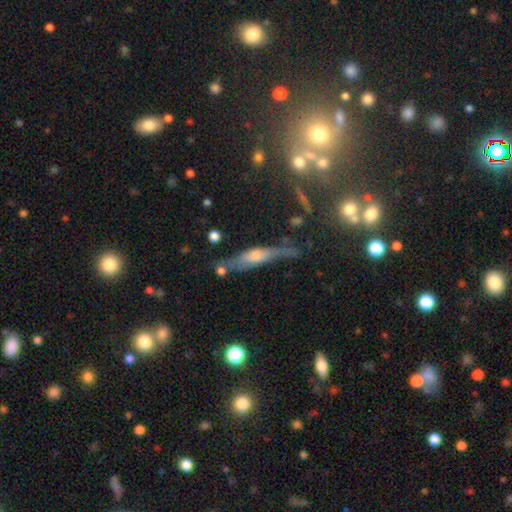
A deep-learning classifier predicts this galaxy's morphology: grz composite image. It shows a featured or disk galaxy (56%) viewed edge-on (86%). Merging: none (56%).